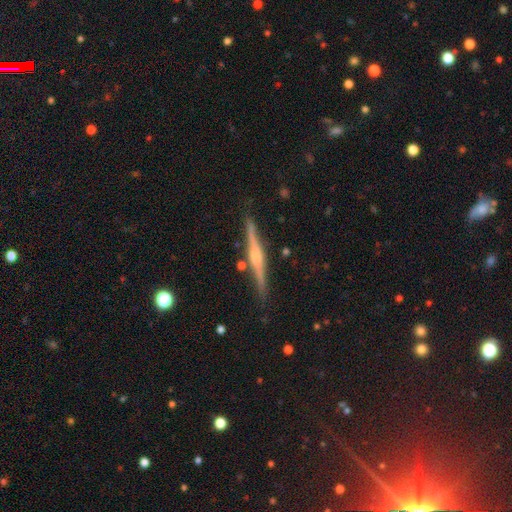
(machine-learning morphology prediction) smooth_or_featured: featured or disk (p=0.81) [alt: smooth p=0.13]
disk_edge_on: yes (p=0.98) [alt: no p=0.02]
edge_on_bulge: rounded (p=0.81) [alt: boxy p=0.11]
merging: none (p=0.87) [alt: minor disturbance p=0.09]